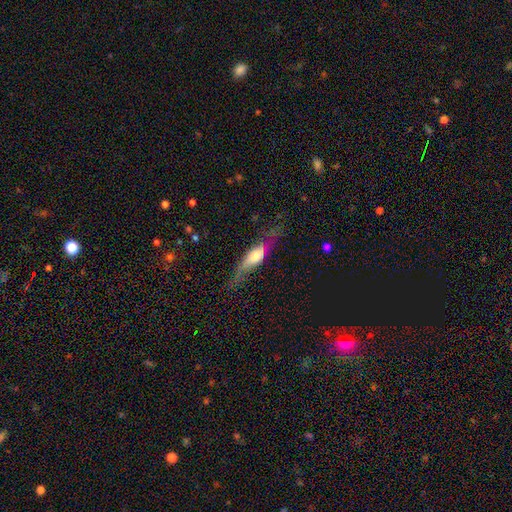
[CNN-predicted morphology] This is possibly a featured or disk galaxy (52%). It is likely viewed edge-on (61%). Merging: possibly none (53%).